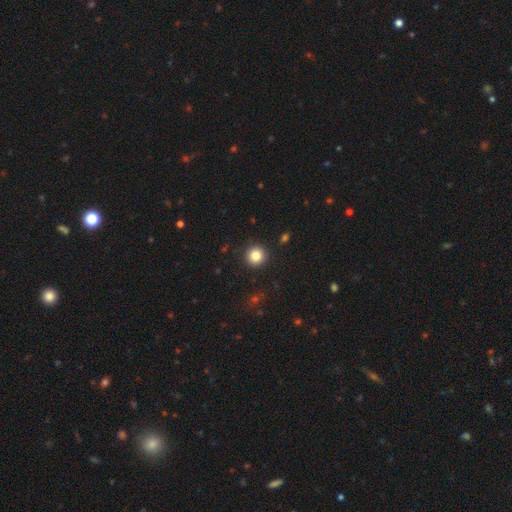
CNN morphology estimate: smooth-or-featured: smooth: 84% | star or artifact: 11% | featured or disk: 6%
  how-rounded: round: 94% | in between: 5% | cigar-shaped: 1%
  merging: none: 92% | minor disturbance: 5% | major disturbance: 2% | merger: 1%